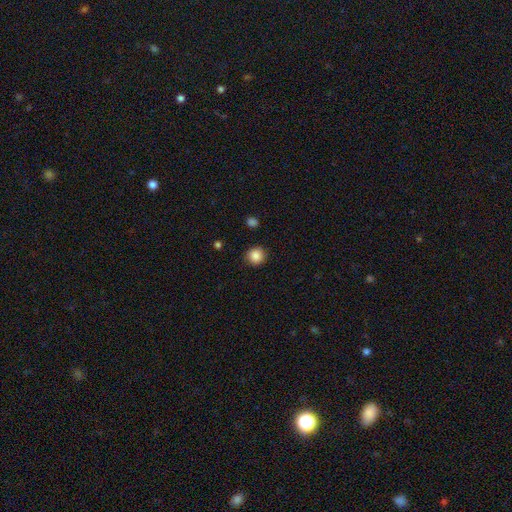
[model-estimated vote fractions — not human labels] smooth_or_featured: smooth (p=0.87) [alt: star or artifact p=0.10]
how_rounded: round (p=0.92) [alt: in between p=0.07]
merging: none (p=0.90) [alt: minor disturbance p=0.07]